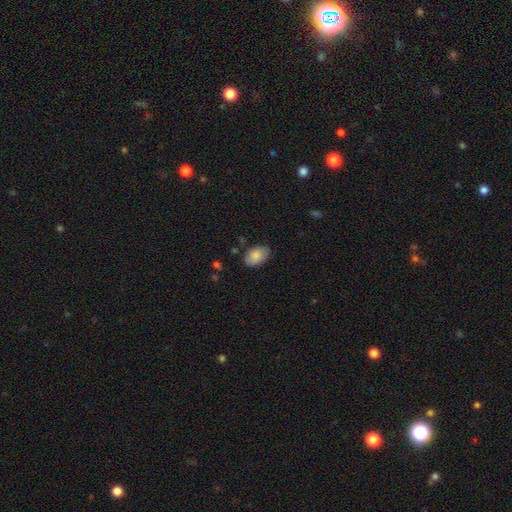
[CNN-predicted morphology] Overall: smooth (84%). How rounded: in between (89%). Merging: none (79%).